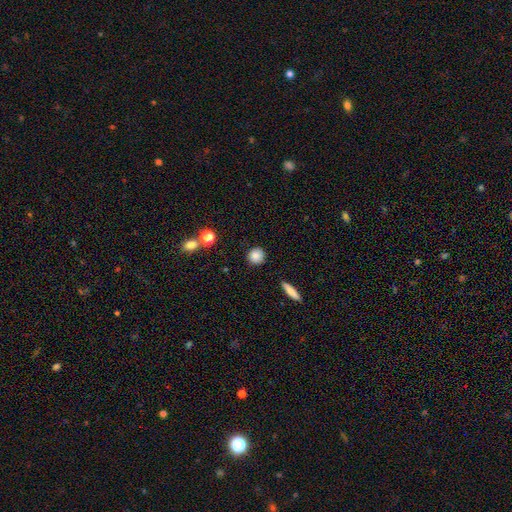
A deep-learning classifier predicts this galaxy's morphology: This is clearly a smooth galaxy (85%). How rounded: clearly round (89%). Merging: clearly none (89%).